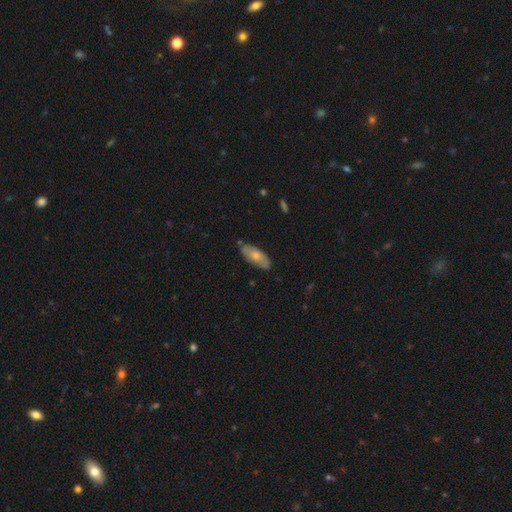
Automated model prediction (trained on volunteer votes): Smooth or featured?
  - smooth: 64% *
  - featured or disk: 31%
  - star or artifact: 6%
How rounded?
  - in between: 83% *
  - cigar-shaped: 15%
  - round: 2%
Merging?
  - none: 77% *
  - minor disturbance: 17%
  - major disturbance: 3%
  - merger: 3%